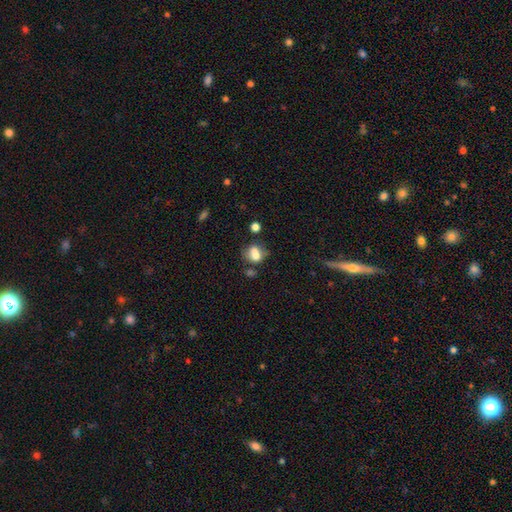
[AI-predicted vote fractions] Smooth or featured? Predicted: smooth (p=0.70). How rounded? Predicted: in between (p=0.55). Merging? Predicted: none (p=0.43).